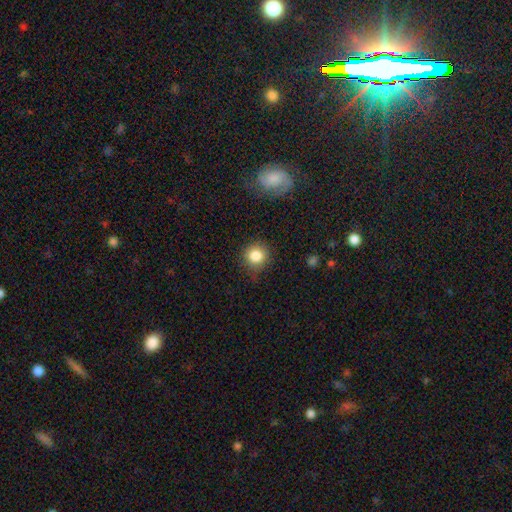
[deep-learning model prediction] Smooth or featured?
  - smooth: 84% *
  - star or artifact: 10%
  - featured or disk: 6%
How rounded?
  - round: 90% *
  - in between: 9%
  - cigar-shaped: 1%
Merging?
  - none: 80% *
  - minor disturbance: 15%
  - major disturbance: 4%
  - merger: 2%